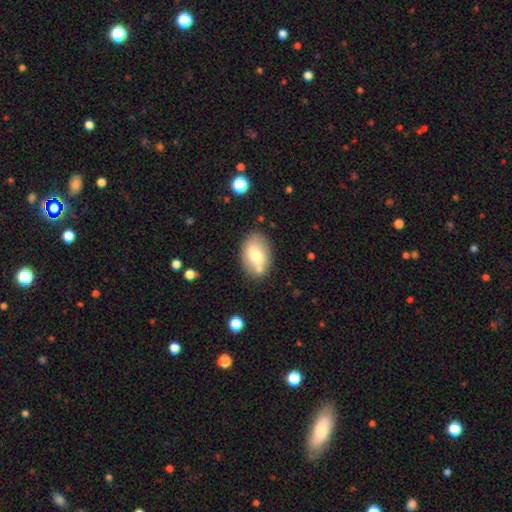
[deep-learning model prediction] This appears to be a smooth galaxy with no disk features (67%) that is in between round and cigar-shaped (86%). Merging: none (72%).